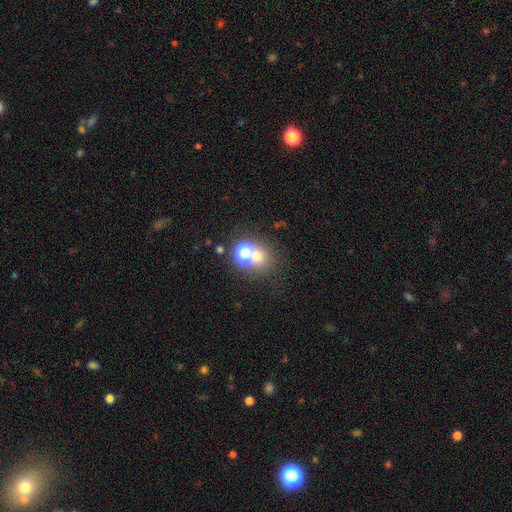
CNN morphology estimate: Smooth or featured? smooth (58%)
How rounded? round (76%)
Merging? none (55%)